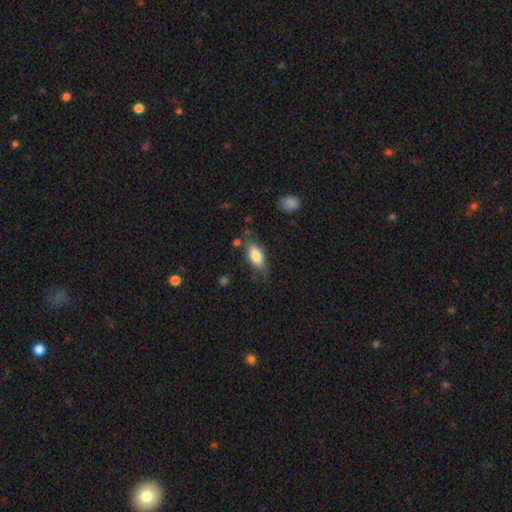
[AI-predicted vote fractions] Q: Smooth or featured?
A: smooth (78%); runner-up: featured or disk (15%)
Q: How rounded?
A: in between (83%); runner-up: cigar-shaped (14%)
Q: Merging?
A: none (71%); runner-up: minor disturbance (20%)